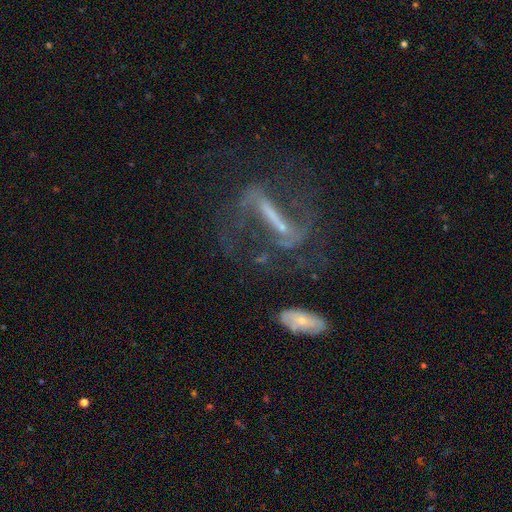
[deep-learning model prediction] Smooth or featured? featured or disk (75%)
Edge-on disk? no (74%)
Bar? strong (72%)
Spiral arms? yes (74%)
Bulge size? none (40%)
Merging? none (56%)